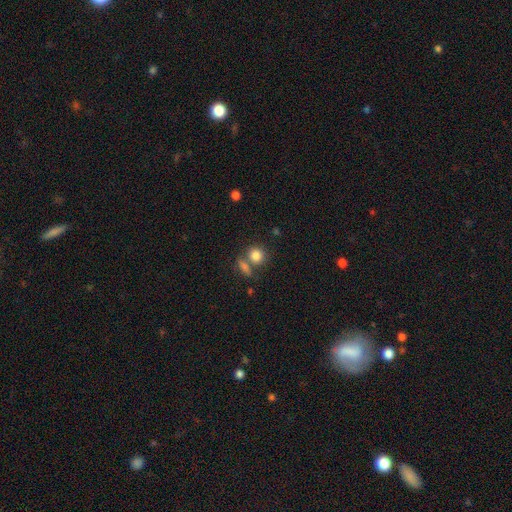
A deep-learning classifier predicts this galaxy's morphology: The model was most divided on "merging": none: 58%, merger: 28%, minor disturbance: 10%, major disturbance: 4%. More confident: smooth or featured — smooth (83%); how rounded — round (80%).